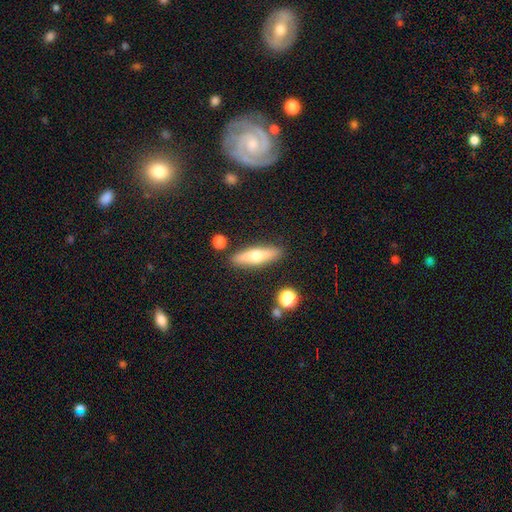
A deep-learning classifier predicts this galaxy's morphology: Smooth or featured?
  - smooth: 53% *
  - featured or disk: 41%
  - star or artifact: 6%
How rounded?
  - cigar-shaped: 68% *
  - in between: 29%
  - round: 3%
Merging?
  - none: 86% *
  - minor disturbance: 9%
  - merger: 3%
  - major disturbance: 2%